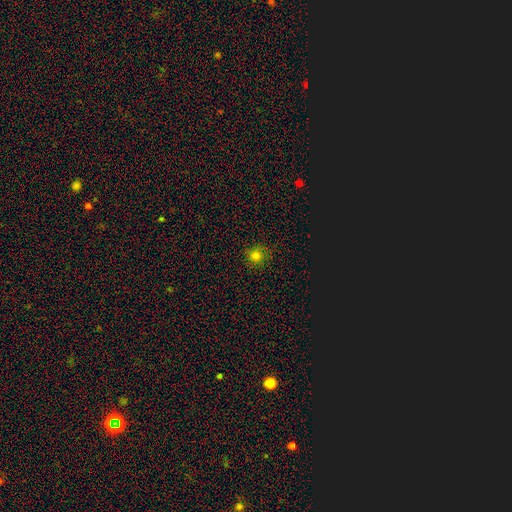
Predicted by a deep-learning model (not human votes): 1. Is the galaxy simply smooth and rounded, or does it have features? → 77% smooth, 18% star or artifact, 5% featured or disk.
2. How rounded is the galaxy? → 90% round, 9% in between, 1% cigar-shaped.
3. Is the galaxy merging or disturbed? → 86% none, 10% minor disturbance, 3% major disturbance, 1% merger.